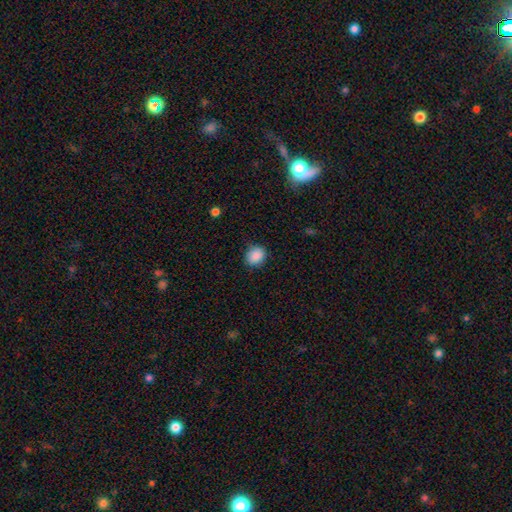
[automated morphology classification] This is clearly a smooth galaxy (88%). How rounded: likely round (62%). Merging: clearly none (82%).